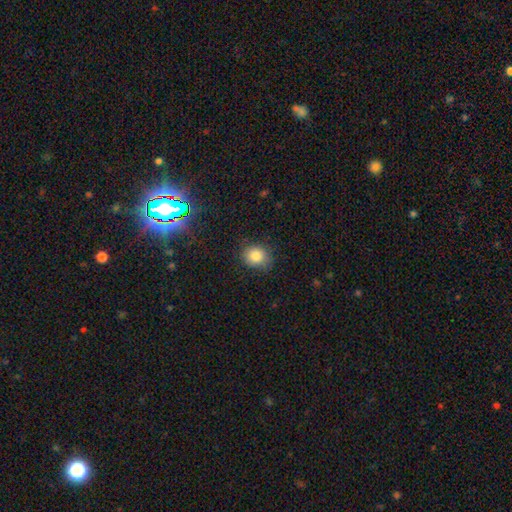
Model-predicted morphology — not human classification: Q: Smooth or featured?
A: smooth (83%); runner-up: star or artifact (10%)
Q: How rounded?
A: round (63%); runner-up: in between (36%)
Q: Merging?
A: none (77%); runner-up: minor disturbance (18%)